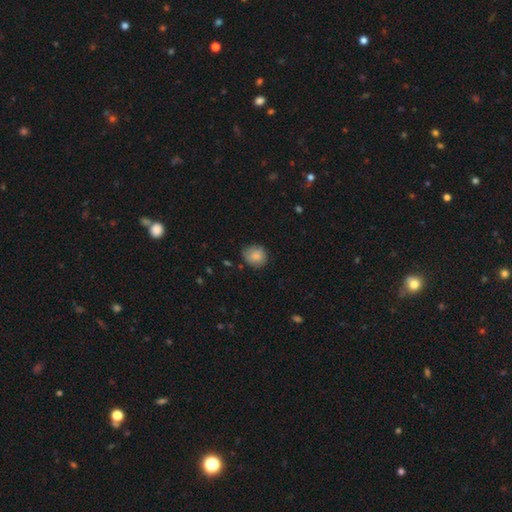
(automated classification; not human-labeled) smooth_or_featured: smooth (p=0.81) [alt: featured or disk p=0.11]
how_rounded: round (p=0.77) [alt: in between p=0.22]
merging: none (p=0.72) [alt: minor disturbance p=0.22]